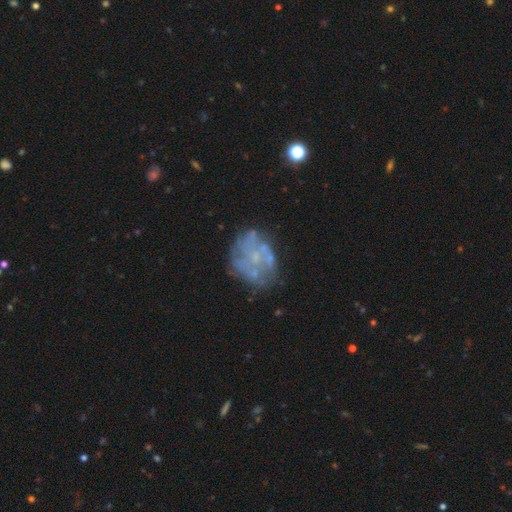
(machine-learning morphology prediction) This is likely a featured or disk galaxy (69%). It is clearly not viewed edge-on (98%). Bar: clearly no (88%). Spiral arm pattern: likely no (70%). Central bulge: possibly none (54%). Merging: possibly none (58%).